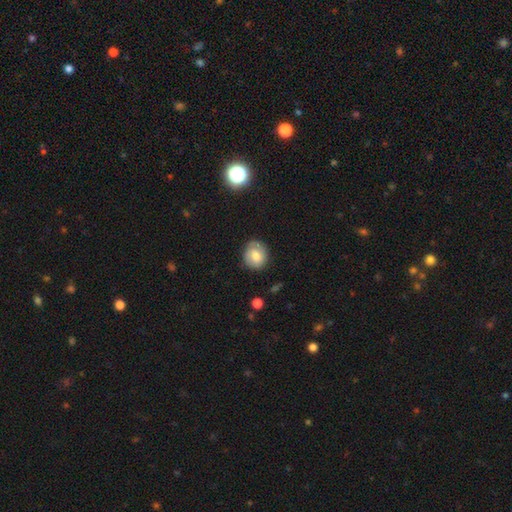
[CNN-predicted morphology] The model was most divided on "smooth or featured": smooth: 55%, featured or disk: 37%, star or artifact: 8%. More confident: how rounded — round (77%); merging — none (75%).